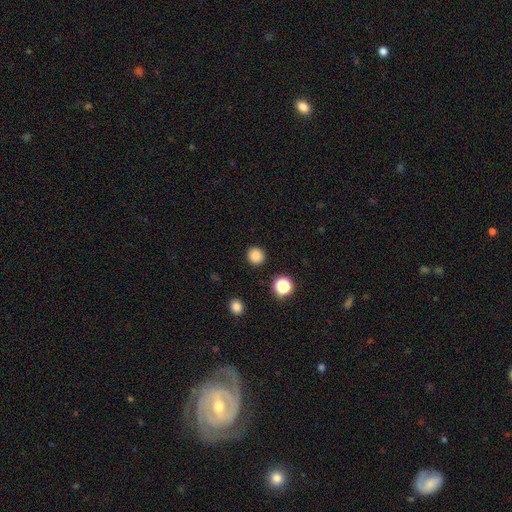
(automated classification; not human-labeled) A smooth galaxy with no disk features (84%) that is round (93%).

Vote fractions:
- Smooth or featured? smooth: 84% / star or artifact: 12% / featured or disk: 3%
- How rounded? round: 93% / in between: 6% / cigar-shaped: 1%
- Merging? none: 91% / minor disturbance: 5% / major disturbance: 2% / merger: 1%